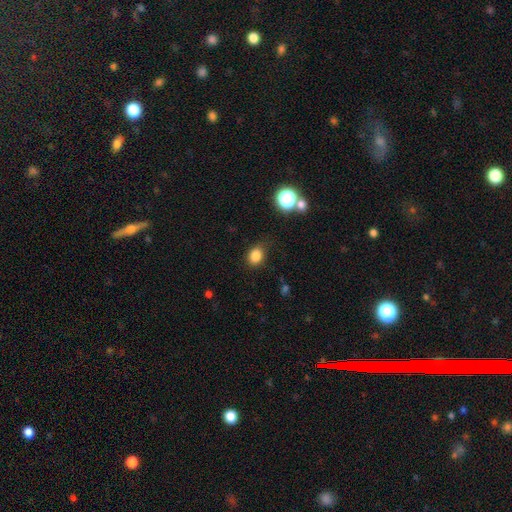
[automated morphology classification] Q: Smooth or featured?
A: smooth (83%); runner-up: star or artifact (12%)
Q: How rounded?
A: in between (55%); runner-up: round (44%)
Q: Merging?
A: none (77%); runner-up: minor disturbance (17%)